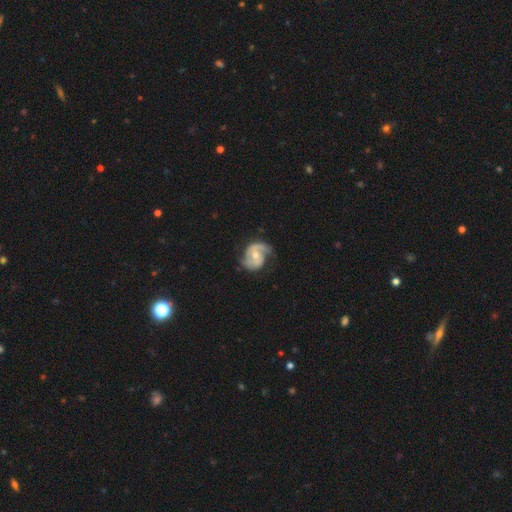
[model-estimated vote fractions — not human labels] A featured or disk galaxy (81%) with no bar (49%), 2 (80%) medium (47%) spiral arms (93%) and a moderate central bulge (62%). Merging: none (62%).